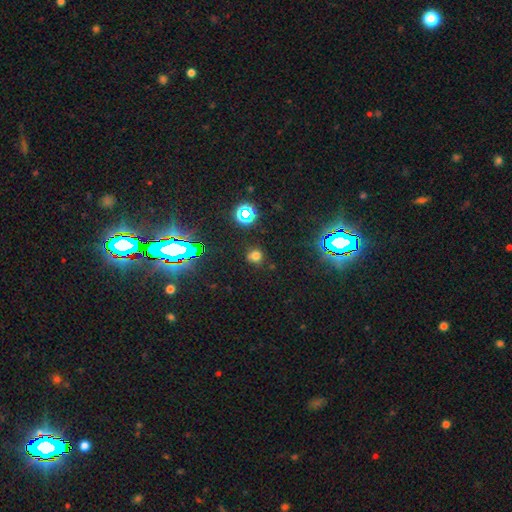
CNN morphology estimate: Smooth or featured? Predicted: smooth (p=0.65). How rounded? Predicted: round (p=0.85). Merging? Predicted: none (p=0.85).